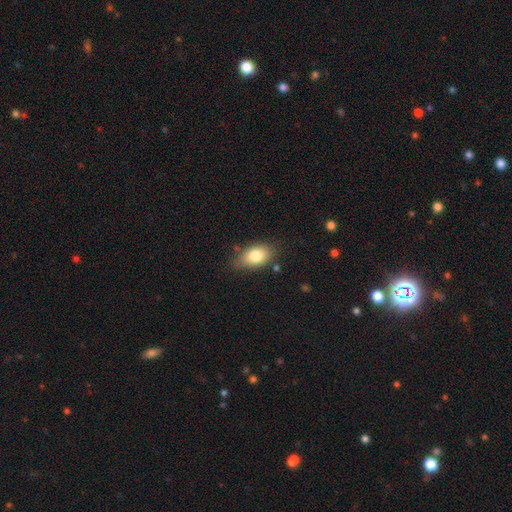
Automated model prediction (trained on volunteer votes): A smooth galaxy with no disk features (80%) that is in between round and cigar-shaped (88%). Merging: none (75%).